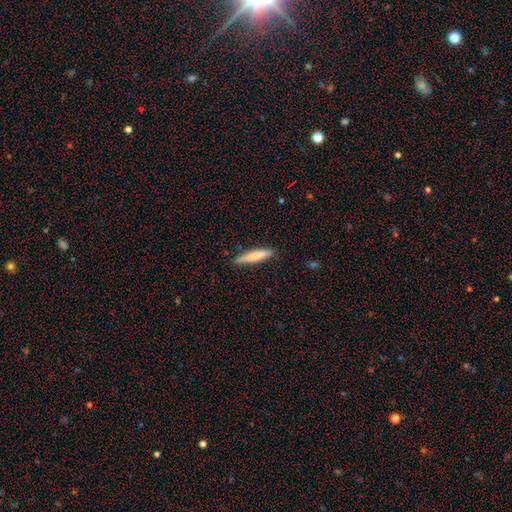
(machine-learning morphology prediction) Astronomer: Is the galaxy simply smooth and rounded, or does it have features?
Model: smooth — 77%.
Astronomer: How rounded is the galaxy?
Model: cigar-shaped — 89%.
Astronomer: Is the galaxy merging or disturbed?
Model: none — 84%.